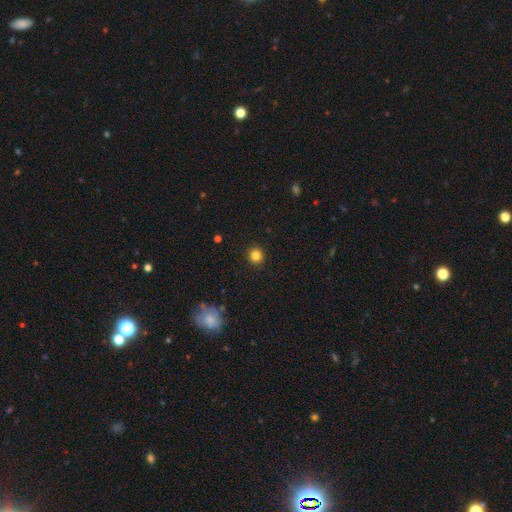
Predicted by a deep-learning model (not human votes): The model was most divided on "smooth or featured": smooth: 84%, star or artifact: 12%, featured or disk: 5%. More confident: how rounded — round (92%); merging — none (92%).